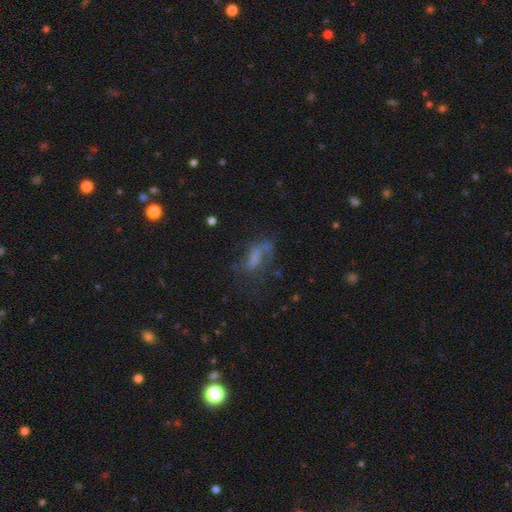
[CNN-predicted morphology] Overall: smooth (41%; featured or disk 39%). Merging: none (40%; major disturbance 33%).